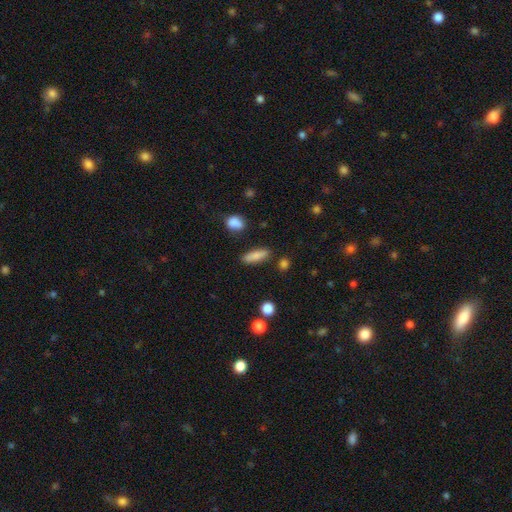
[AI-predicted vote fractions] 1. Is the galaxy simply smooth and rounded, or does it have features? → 80% smooth, 13% featured or disk, 8% star or artifact.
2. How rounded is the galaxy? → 53% in between, 43% cigar-shaped, 4% round.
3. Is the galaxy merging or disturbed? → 82% none, 11% minor disturbance, 4% merger, 3% major disturbance.